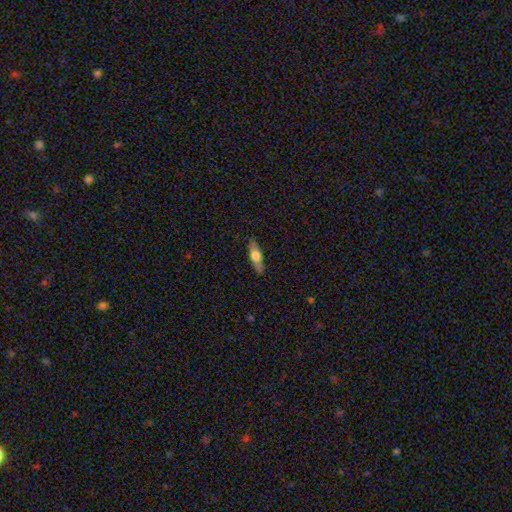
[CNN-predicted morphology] A smooth galaxy with no disk features (51%) that is cigar-shaped (54%).

Vote fractions:
- Smooth or featured? smooth: 51% / featured or disk: 43% / star or artifact: 6%
- How rounded? cigar-shaped: 54% / in between: 43% / round: 3%
- Merging? none: 86% / minor disturbance: 10% / major disturbance: 2% / merger: 1%